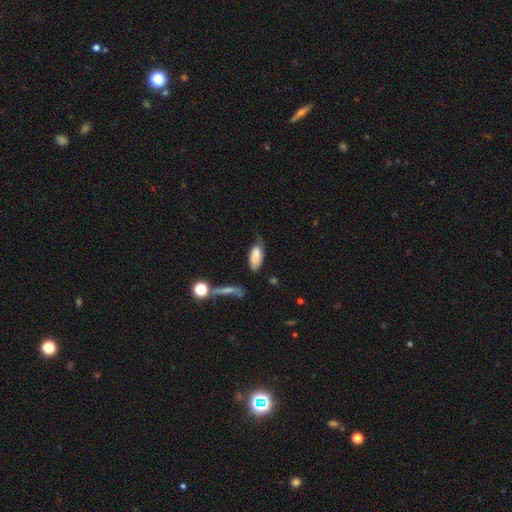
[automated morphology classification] smooth_or_featured: smooth (p=0.80) [alt: featured or disk p=0.13]
how_rounded: in between (p=0.83) [alt: cigar-shaped p=0.14]
merging: none (p=0.43) [alt: minor disturbance p=0.35]